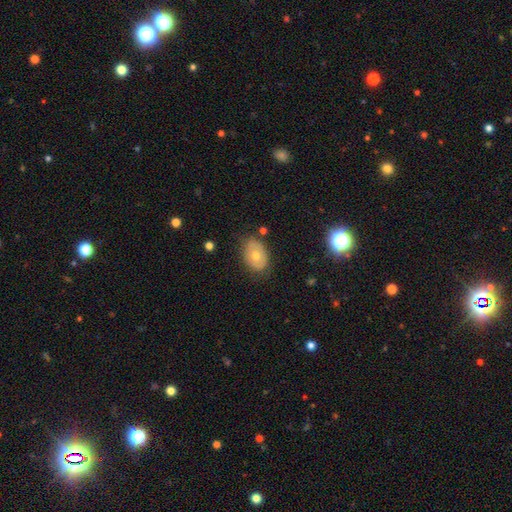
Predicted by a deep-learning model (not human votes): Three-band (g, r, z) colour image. It shows a smooth galaxy with no disk features (51%) that is in between round and cigar-shaped (73%). Merging: none (77%).